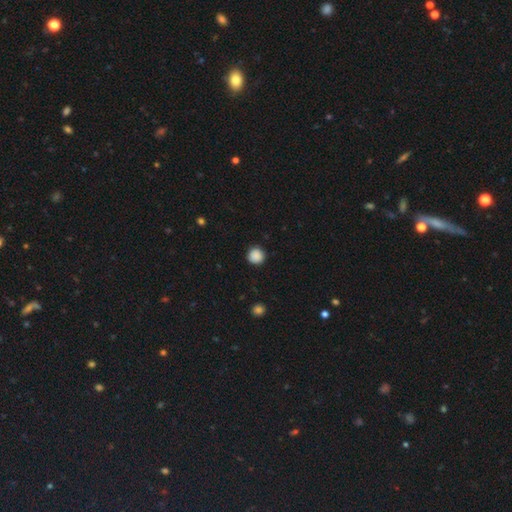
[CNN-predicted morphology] Smooth or featured? smooth (88%)
How rounded? round (96%)
Merging? none (92%)